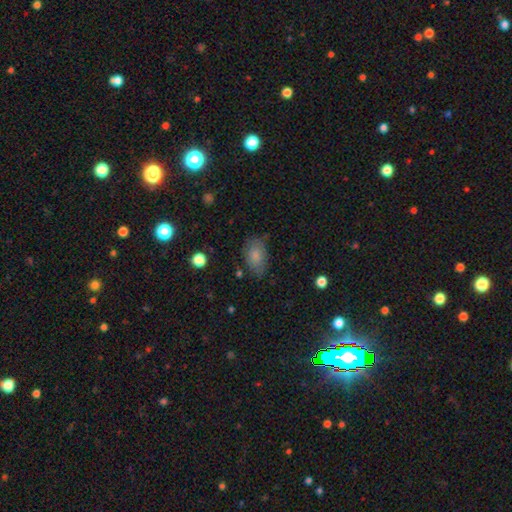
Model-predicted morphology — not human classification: The model was most divided on "merging": none: 69%, minor disturbance: 23%, major disturbance: 6%, merger: 2%. More confident: how rounded — in between (88%); smooth or featured — smooth (81%).